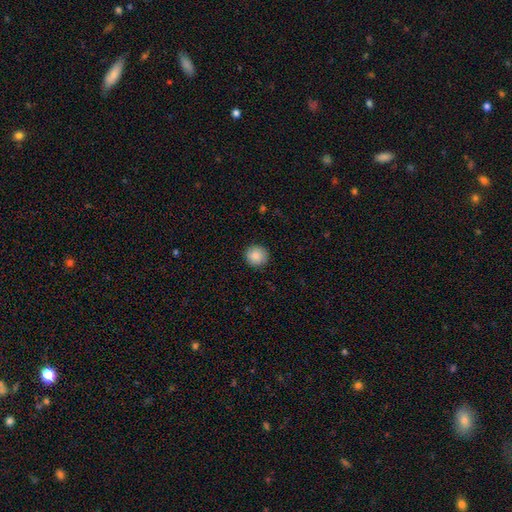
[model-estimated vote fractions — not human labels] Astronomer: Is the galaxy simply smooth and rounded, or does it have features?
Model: smooth — 88%.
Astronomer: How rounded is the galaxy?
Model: round — 93%.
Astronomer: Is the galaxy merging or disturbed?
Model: none — 91%.